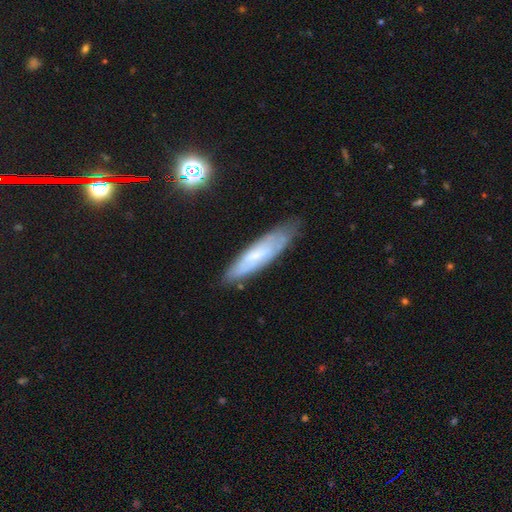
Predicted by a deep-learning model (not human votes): This appears to be a smooth galaxy with no disk features (48%). Merging: none (72%).